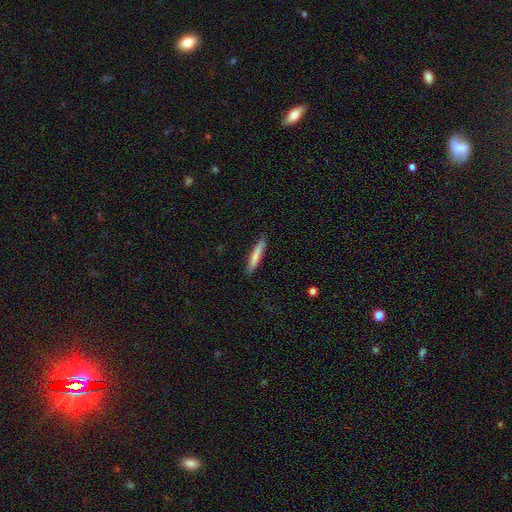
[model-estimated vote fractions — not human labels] This is likely a smooth galaxy (76%). How rounded: clearly cigar-shaped (93%). Merging: clearly none (88%).